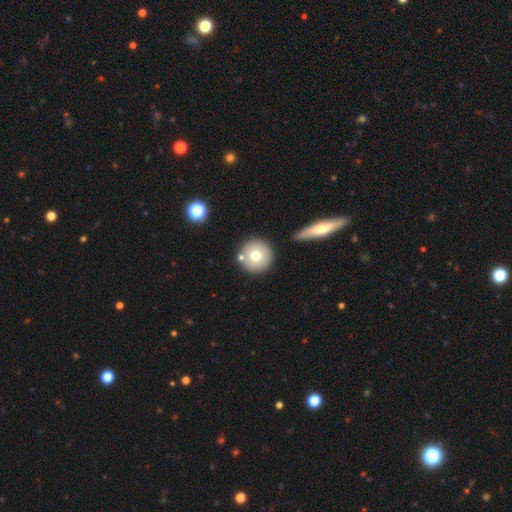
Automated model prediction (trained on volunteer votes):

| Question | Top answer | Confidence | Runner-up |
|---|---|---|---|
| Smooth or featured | smooth | 71% | featured or disk (21%) |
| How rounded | round | 95% | in between (4%) |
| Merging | none | 79% | merger (10%) |